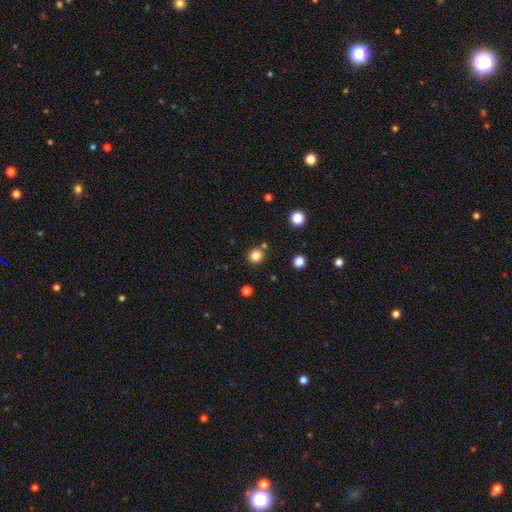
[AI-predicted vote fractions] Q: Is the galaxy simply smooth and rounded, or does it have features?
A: smooth — 83%.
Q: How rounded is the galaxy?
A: round — 90%.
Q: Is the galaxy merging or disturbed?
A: none — 82%.